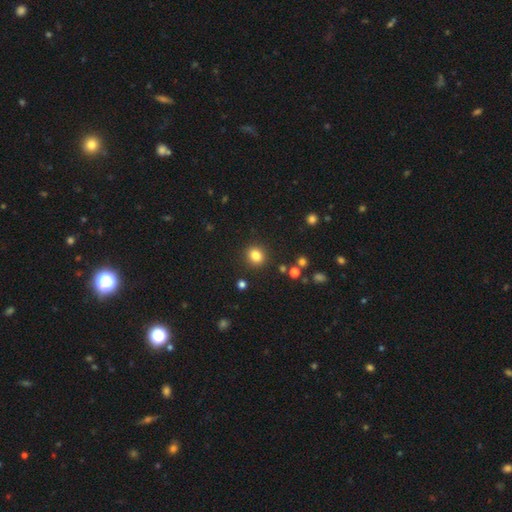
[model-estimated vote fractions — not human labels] Smooth or featured: smooth — 83% (star or artifact — 12%)
How rounded: round — 78% (in between — 21%)
Merging: none — 89% (minor disturbance — 6%)